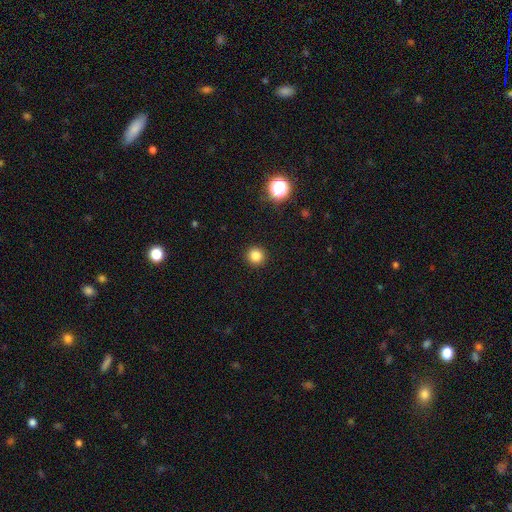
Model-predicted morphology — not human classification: Q: Smooth or featured?
A: smooth (83%); runner-up: star or artifact (13%)
Q: How rounded?
A: round (94%); runner-up: in between (5%)
Q: Merging?
A: none (92%); runner-up: minor disturbance (5%)